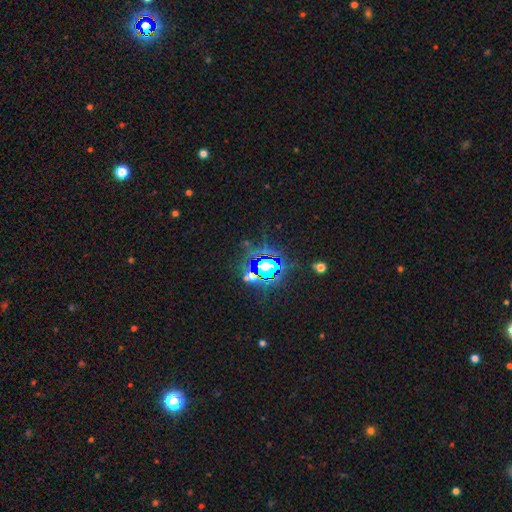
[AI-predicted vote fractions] star or artifact 83%, smooth 10%, featured or disk 7%.